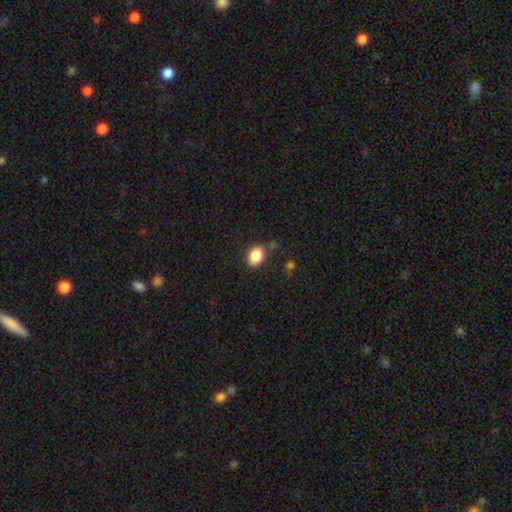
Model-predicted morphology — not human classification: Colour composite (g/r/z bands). It shows a smooth galaxy with no disk features (87%) that is in between round and cigar-shaped (77%). Merging: none (74%).